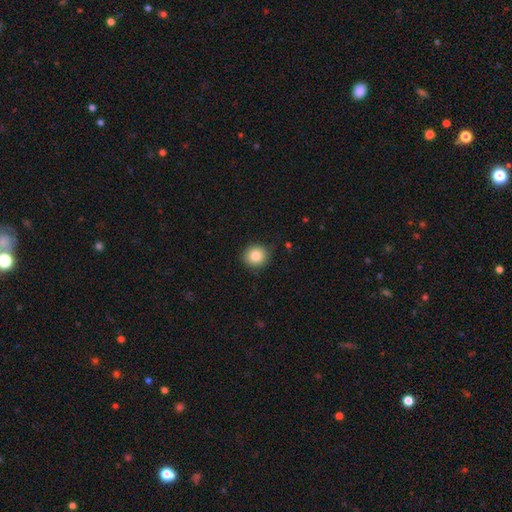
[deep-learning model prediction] Morphology: type=smooth (83%); roundness=round (91%); merging=none (86%).